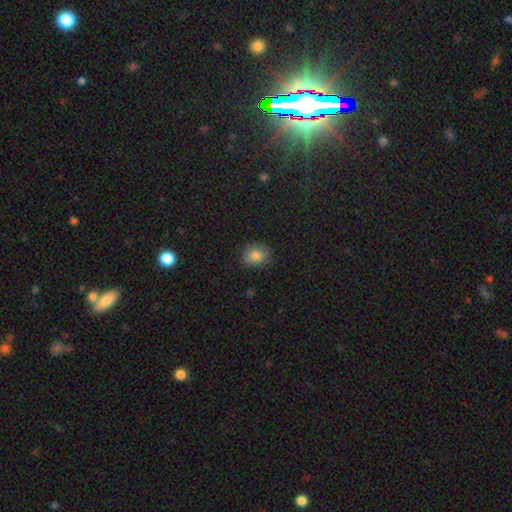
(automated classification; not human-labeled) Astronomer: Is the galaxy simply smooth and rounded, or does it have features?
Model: smooth — 82%.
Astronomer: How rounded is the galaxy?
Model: round — 51% (runner-up: in between, 48%).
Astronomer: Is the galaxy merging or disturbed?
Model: none — 78%.